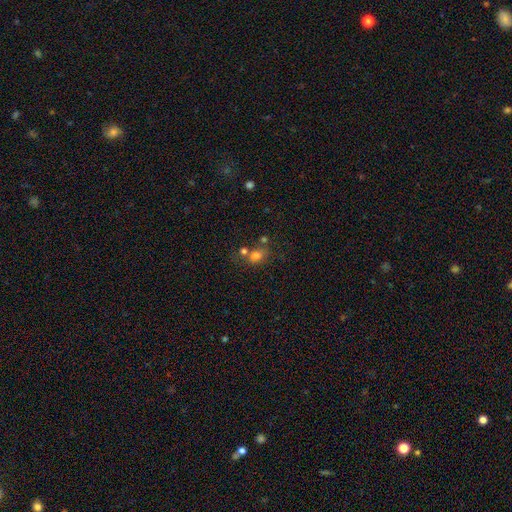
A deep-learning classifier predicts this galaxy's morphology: A smooth galaxy with no disk features (74%) that is in between round and cigar-shaped (57%).

Vote fractions:
- Smooth or featured? smooth: 74% / star or artifact: 15% / featured or disk: 10%
- How rounded? in between: 57% / round: 41% / cigar-shaped: 2%
- Merging? none: 48% / merger: 31% / minor disturbance: 14% / major disturbance: 7%